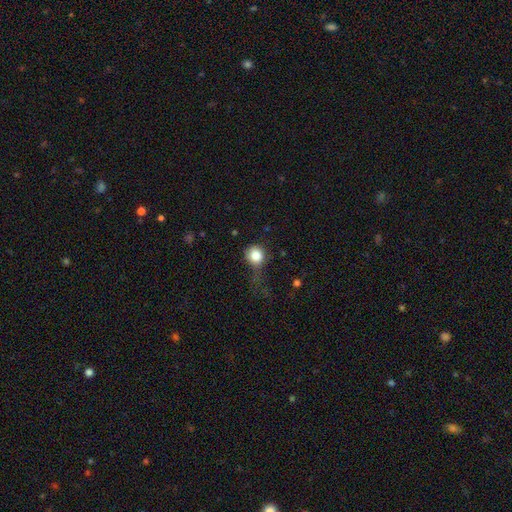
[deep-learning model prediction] This appears to be a smooth galaxy with no disk features (82%) that is round (90%). Merging: none (48%).